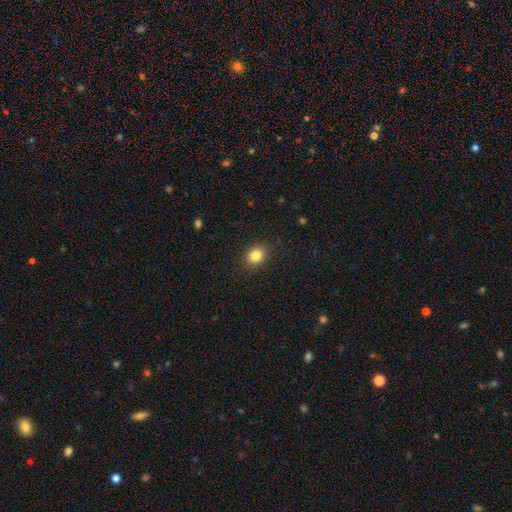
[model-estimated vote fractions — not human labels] This is clearly a smooth galaxy (84%). How rounded: possibly round (55%). Merging: clearly none (88%).